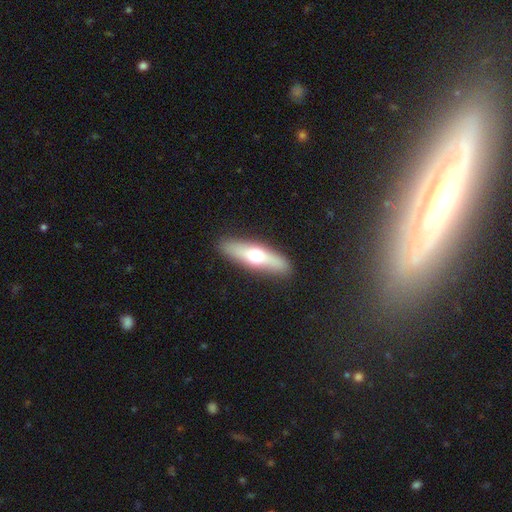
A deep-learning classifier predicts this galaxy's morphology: Q: Smooth or featured?
A: smooth (52%); runner-up: featured or disk (42%)
Q: How rounded?
A: cigar-shaped (66%); runner-up: in between (31%)
Q: Merging?
A: none (89%); runner-up: minor disturbance (8%)